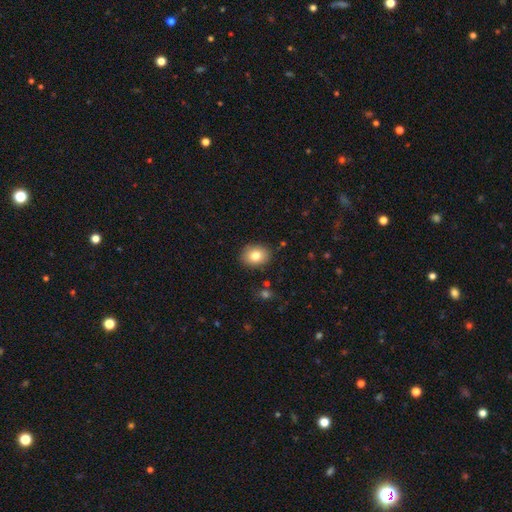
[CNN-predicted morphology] Smooth or featured? Predicted: smooth (p=0.80). How rounded? Predicted: round (p=0.50). Merging? Predicted: none (p=0.87).